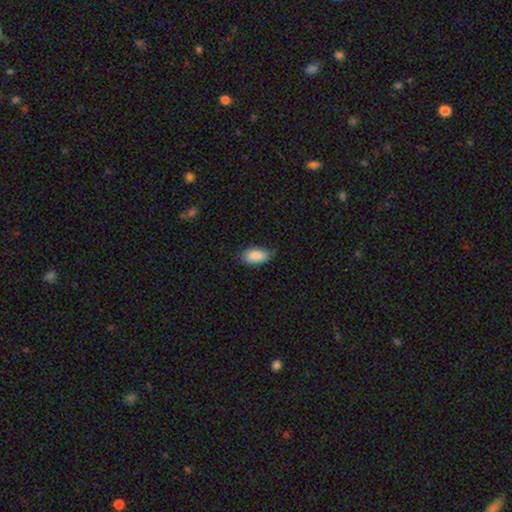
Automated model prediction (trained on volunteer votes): Smooth or featured? smooth (88%)
How rounded? in between (93%)
Merging? none (71%)